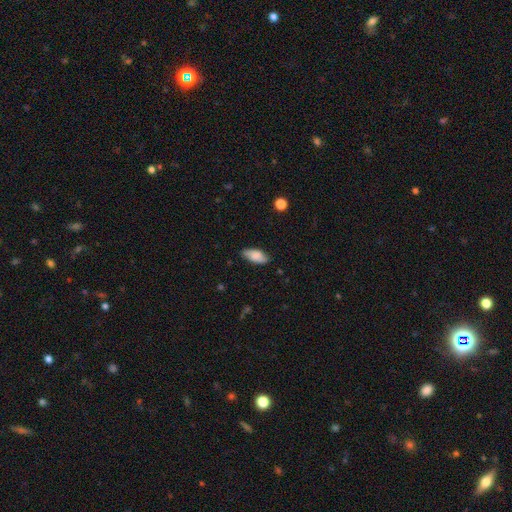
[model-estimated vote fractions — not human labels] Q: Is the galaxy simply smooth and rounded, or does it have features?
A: smooth — 79%.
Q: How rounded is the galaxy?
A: in between — 87%.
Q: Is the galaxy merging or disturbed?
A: none — 81%.